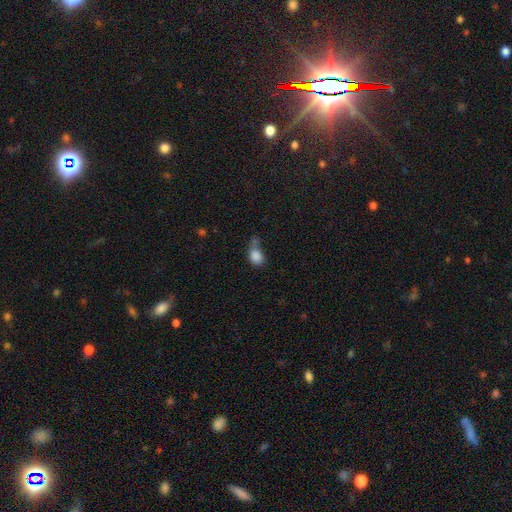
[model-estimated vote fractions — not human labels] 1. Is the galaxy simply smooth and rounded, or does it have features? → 84% smooth, 9% star or artifact, 6% featured or disk.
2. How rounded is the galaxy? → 62% in between, 37% round, 2% cigar-shaped.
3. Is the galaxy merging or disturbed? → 36% none, 25% merger, 24% minor disturbance, 15% major disturbance.